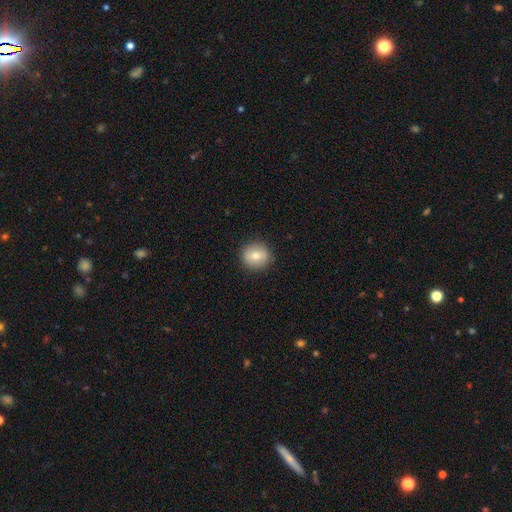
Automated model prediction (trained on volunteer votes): Overall: smooth (75%). How rounded: round (89%). Merging: none (89%).